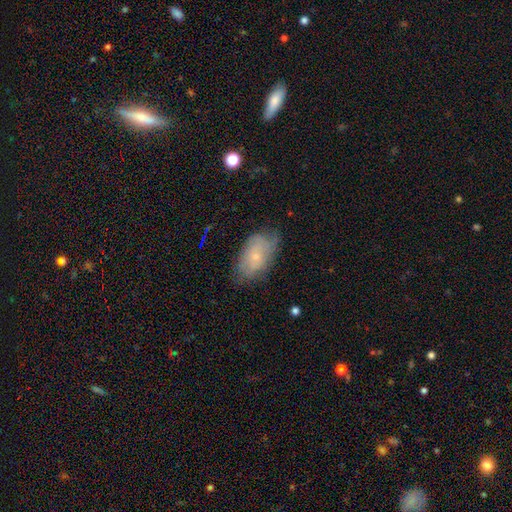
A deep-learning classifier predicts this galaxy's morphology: A smooth galaxy with no disk features (49%).

Vote fractions:
- Smooth or featured? smooth: 49% / featured or disk: 43% / star or artifact: 8%
- Merging? none: 62% / minor disturbance: 27% / major disturbance: 9% / merger: 1%